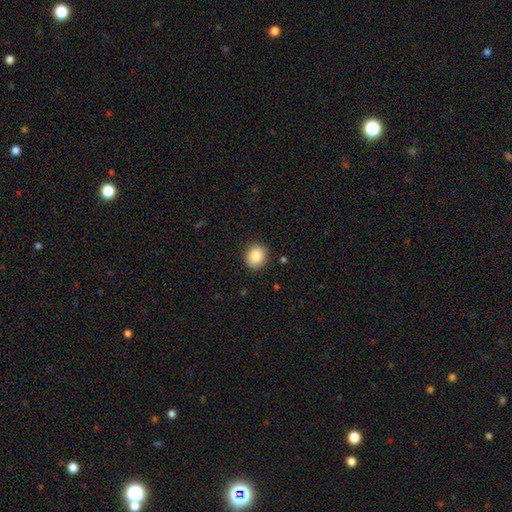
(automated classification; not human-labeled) Smooth or featured?
  - smooth: 87% *
  - star or artifact: 8%
  - featured or disk: 5%
How rounded?
  - round: 67% *
  - in between: 32%
  - cigar-shaped: 1%
Merging?
  - none: 89% *
  - minor disturbance: 8%
  - major disturbance: 2%
  - merger: 1%